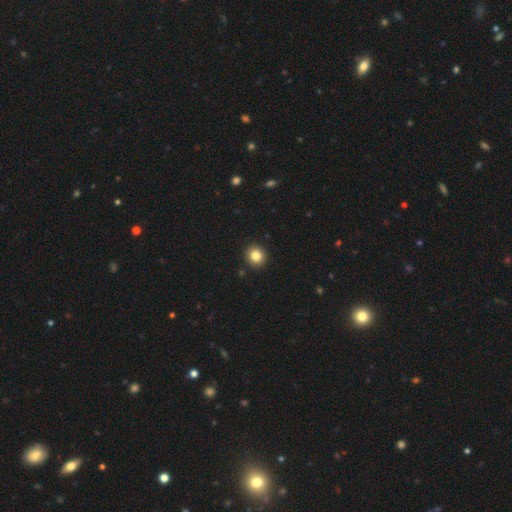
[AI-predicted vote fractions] Smooth or featured?
  - smooth: 84% *
  - star or artifact: 10%
  - featured or disk: 6%
How rounded?
  - round: 88% *
  - in between: 11%
  - cigar-shaped: 1%
Merging?
  - none: 92% *
  - minor disturbance: 5%
  - major disturbance: 2%
  - merger: 1%